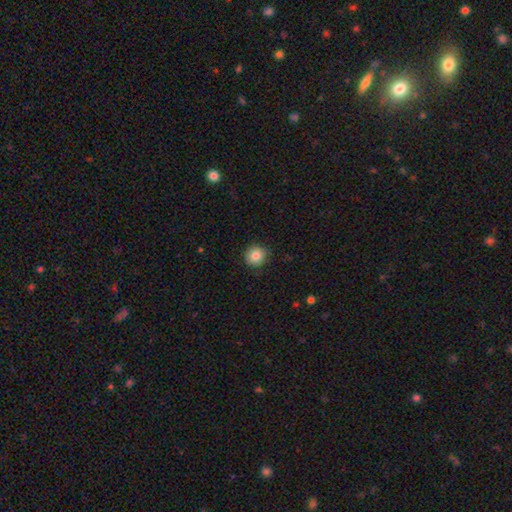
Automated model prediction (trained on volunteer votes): Q: Smooth or featured?
A: smooth (84%); runner-up: star or artifact (10%)
Q: How rounded?
A: round (91%); runner-up: in between (8%)
Q: Merging?
A: none (89%); runner-up: minor disturbance (8%)